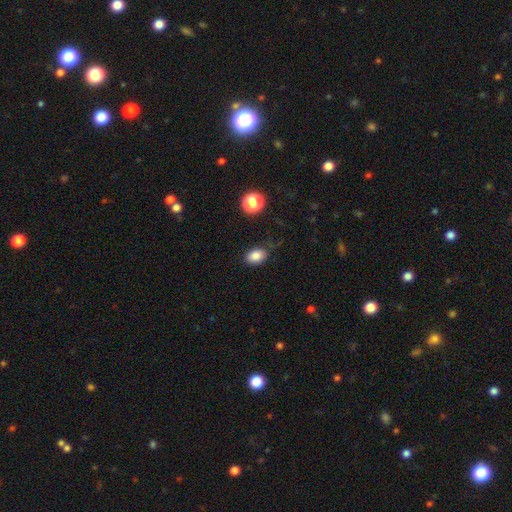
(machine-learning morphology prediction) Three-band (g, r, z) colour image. It shows a smooth galaxy with no disk features (85%) that is in between round and cigar-shaped (81%). Merging: none (79%).